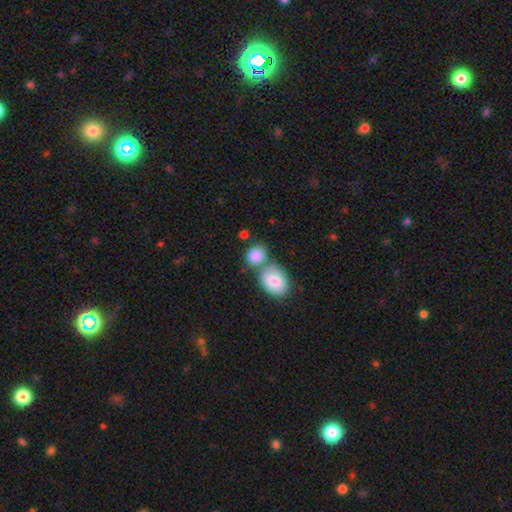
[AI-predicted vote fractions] Overall: smooth (85%). How rounded: round (50%; in between 49%). Merging: none (42%; merger 41%).